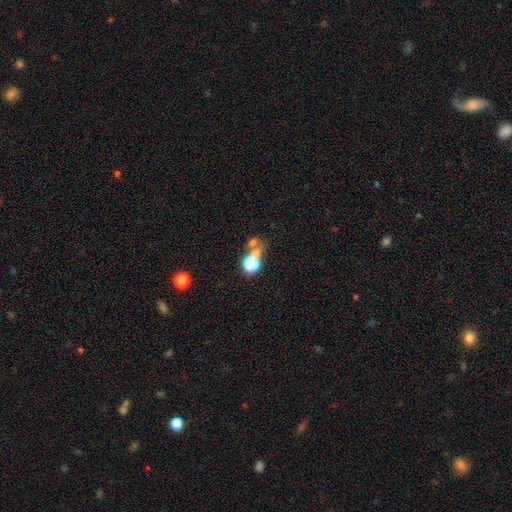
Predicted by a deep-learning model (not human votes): smooth_or_featured: smooth (p=0.49) [alt: star or artifact p=0.37]
merging: none (p=0.45) [alt: merger p=0.38]